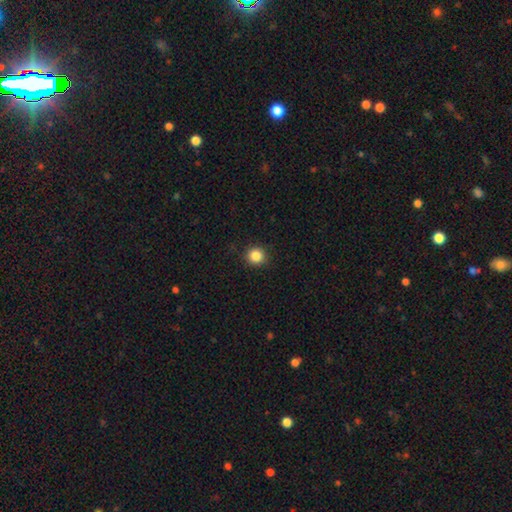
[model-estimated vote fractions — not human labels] A smooth galaxy with no disk features (85%) that is round (93%). Merging: none (92%).